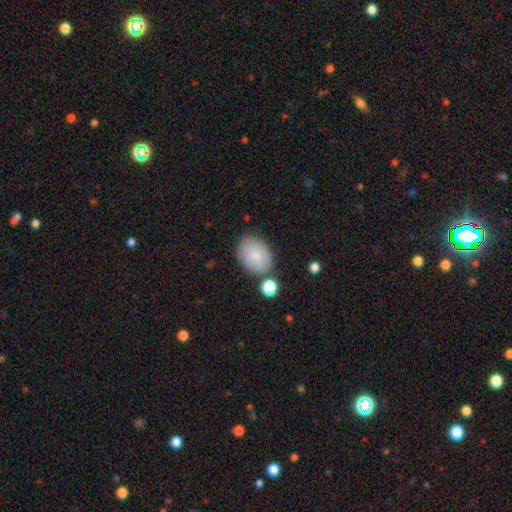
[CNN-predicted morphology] type=smooth (83%); roundness=in between (75%); merging=none (73%).